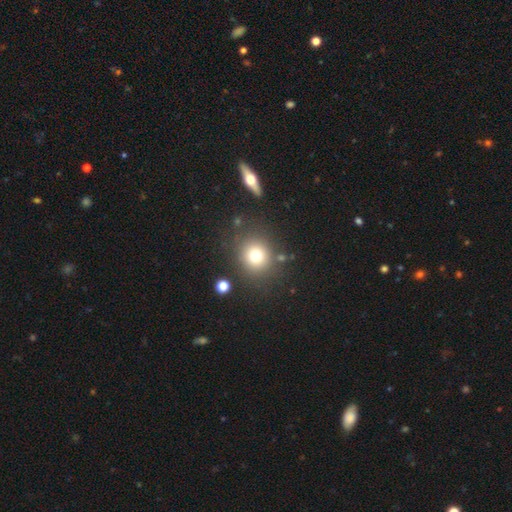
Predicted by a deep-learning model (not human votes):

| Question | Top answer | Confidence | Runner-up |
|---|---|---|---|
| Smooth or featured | smooth | 75% | star or artifact (14%) |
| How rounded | round | 87% | in between (12%) |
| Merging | none | 82% | minor disturbance (9%) |